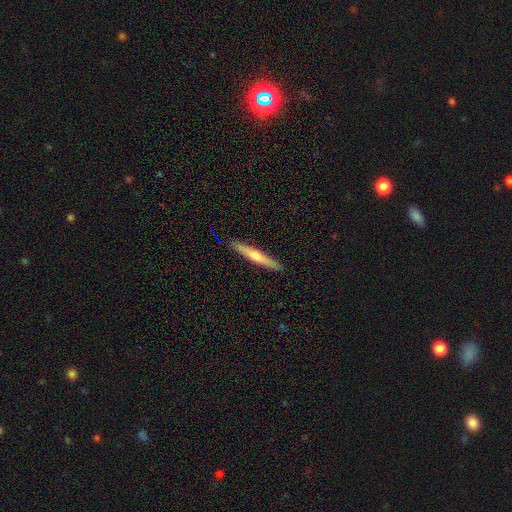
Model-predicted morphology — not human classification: This appears to be a featured or disk galaxy (52%) viewed edge-on (95%). Merging: none (91%).